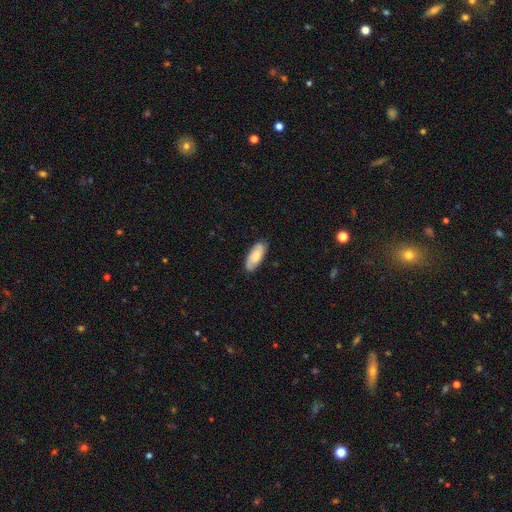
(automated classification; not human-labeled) Q: Smooth or featured?
A: smooth (59%); runner-up: featured or disk (34%)
Q: How rounded?
A: in between (82%); runner-up: cigar-shaped (16%)
Q: Merging?
A: none (82%); runner-up: minor disturbance (14%)